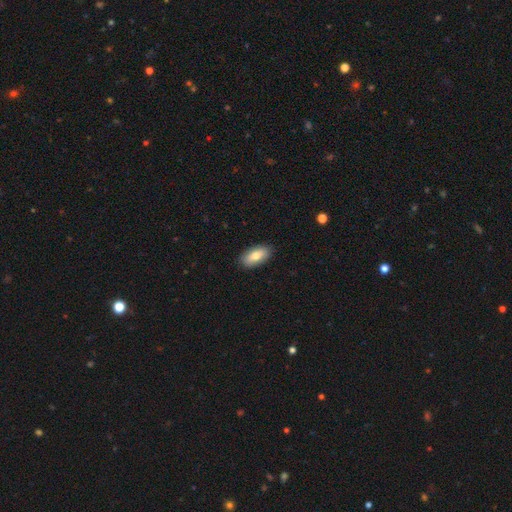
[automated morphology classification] smooth_or_featured: smooth (p=0.77) [alt: featured or disk p=0.16]
how_rounded: in between (p=0.91) [alt: cigar-shaped p=0.06]
merging: none (p=0.89) [alt: minor disturbance p=0.08]